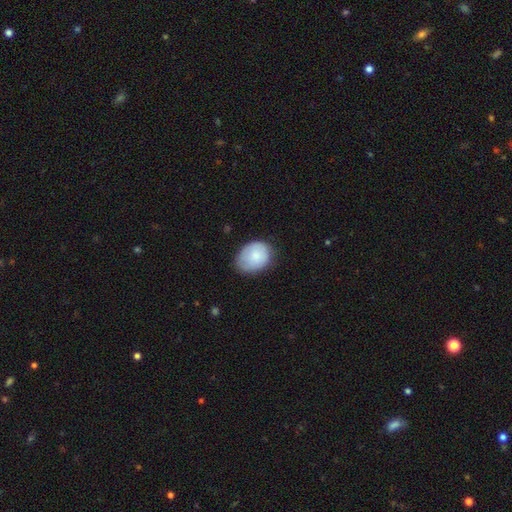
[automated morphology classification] smooth_or_featured: smooth (p=0.81) [alt: featured or disk p=0.13]
how_rounded: in between (p=0.61) [alt: round p=0.38]
merging: none (p=0.66) [alt: minor disturbance p=0.27]